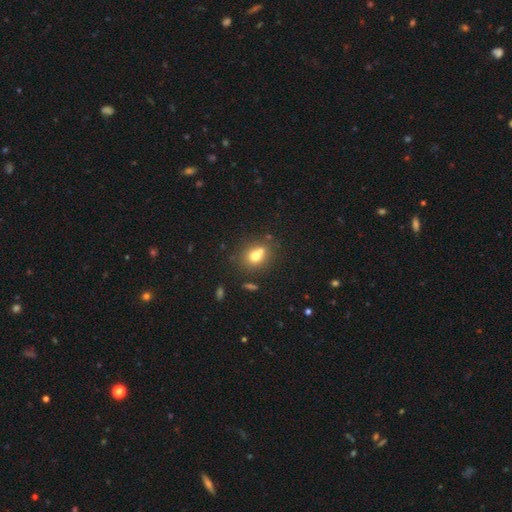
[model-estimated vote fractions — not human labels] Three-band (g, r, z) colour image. It shows a smooth galaxy with no disk features (70%) that is round (61%). Merging: none (55%).